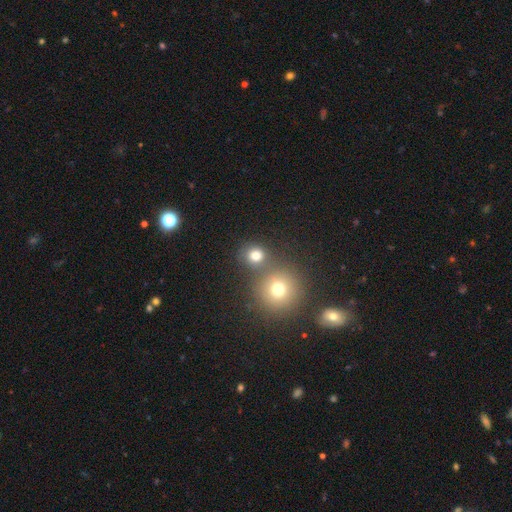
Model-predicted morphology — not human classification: This appears to be a smooth galaxy with no disk features (77%) that is round (84%). Merging: none (60%).